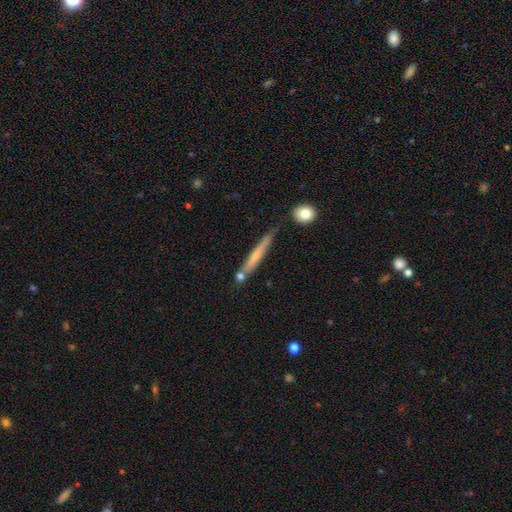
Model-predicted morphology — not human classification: Smooth or featured?
  - featured or disk: 49% *
  - smooth: 44%
  - star or artifact: 7%
Merging?
  - none: 71% *
  - minor disturbance: 16%
  - merger: 9%
  - major disturbance: 3%